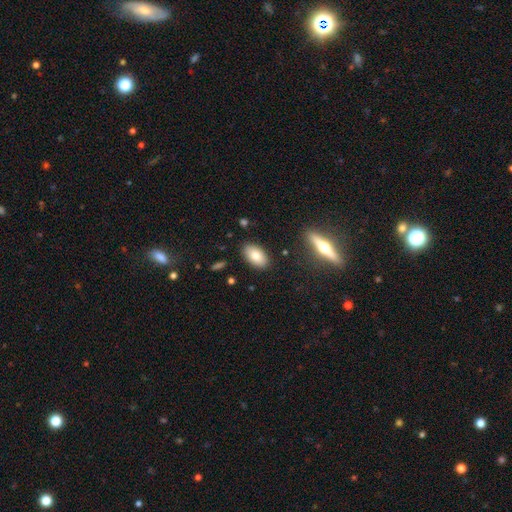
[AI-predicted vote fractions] A smooth galaxy with no disk features (80%) that is in between round and cigar-shaped (93%).

Vote fractions:
- Smooth or featured? smooth: 80% / featured or disk: 13% / star or artifact: 7%
- How rounded? in between: 93% / round: 5% / cigar-shaped: 2%
- Merging? none: 87% / minor disturbance: 9% / major disturbance: 2% / merger: 2%